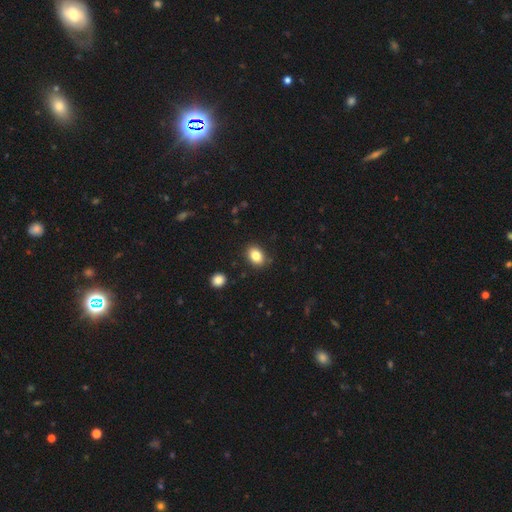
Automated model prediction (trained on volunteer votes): This appears to be a smooth galaxy with no disk features (84%) that is in between round and cigar-shaped (74%). Merging: none (85%).